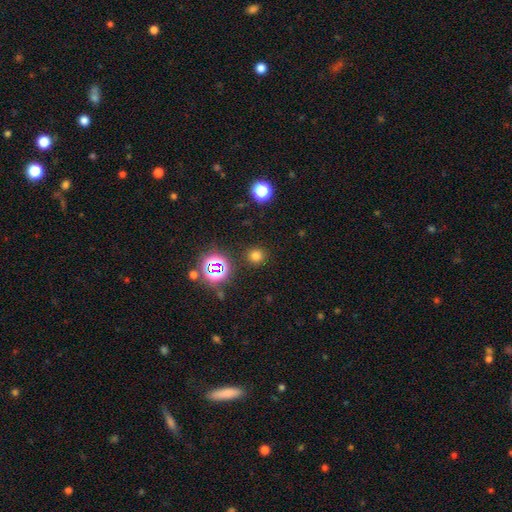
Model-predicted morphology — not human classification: Smooth or featured: smooth — 71% (star or artifact — 24%)
How rounded: round — 91% (in between — 8%)
Merging: none — 89% (minor disturbance — 6%)